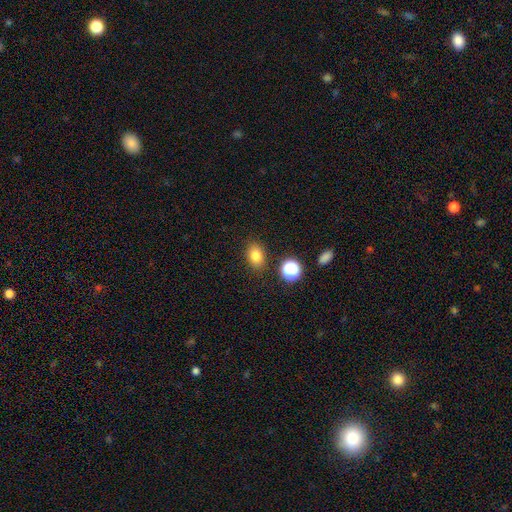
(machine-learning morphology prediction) smooth-or-featured: smooth: 80% | star or artifact: 13% | featured or disk: 7%
  how-rounded: in between: 71% | round: 28% | cigar-shaped: 1%
  merging: none: 84% | minor disturbance: 10% | merger: 3% | major disturbance: 3%